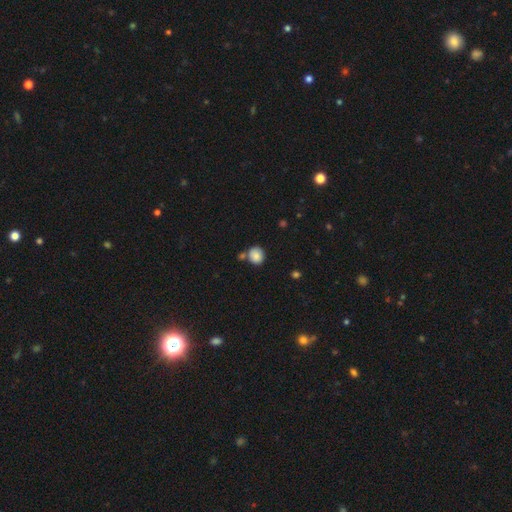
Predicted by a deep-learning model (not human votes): smooth-or-featured: smooth: 86% | star or artifact: 9% | featured or disk: 6%
  how-rounded: round: 79% | in between: 20% | cigar-shaped: 1%
  merging: none: 65% | merger: 17% | minor disturbance: 14% | major disturbance: 4%